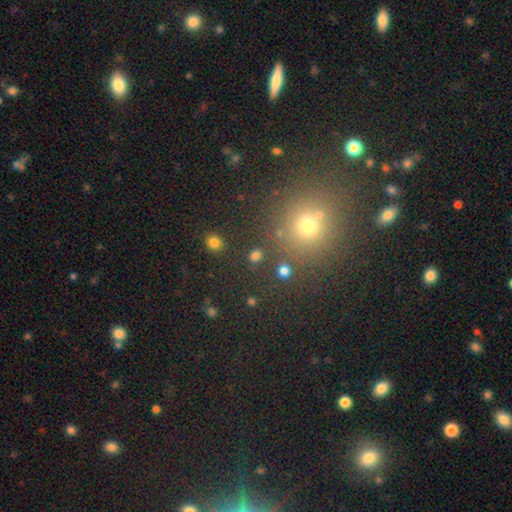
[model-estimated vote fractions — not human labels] smooth 77%, star or artifact 18%, featured or disk 5%. Down the decision tree: how rounded — round (75%); merging — none (85%).